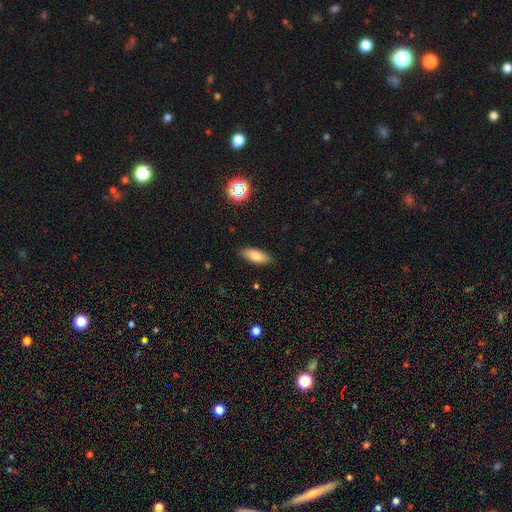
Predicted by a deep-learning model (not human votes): smooth-or-featured: smooth: 80% | featured or disk: 12% | star or artifact: 8%
  how-rounded: in between: 75% | cigar-shaped: 23% | round: 2%
  merging: none: 87% | minor disturbance: 10% | major disturbance: 2% | merger: 1%